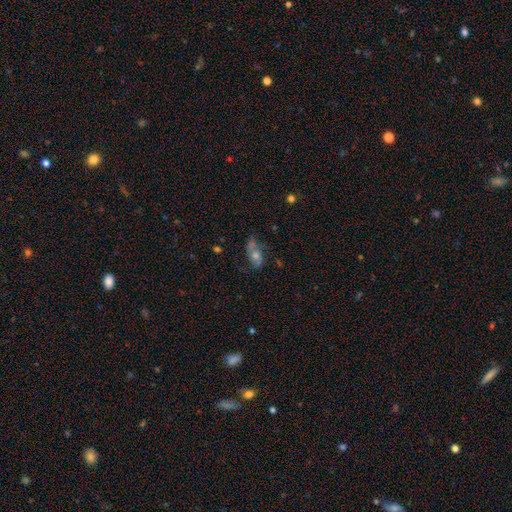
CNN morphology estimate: Q: Smooth or featured?
A: smooth (44%); runner-up: featured or disk (42%)
Q: Merging?
A: none (50%); runner-up: minor disturbance (26%)